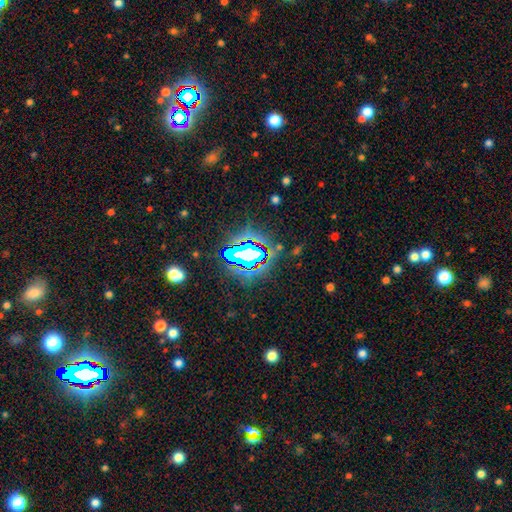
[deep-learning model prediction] Smooth or featured? star or artifact (83%)